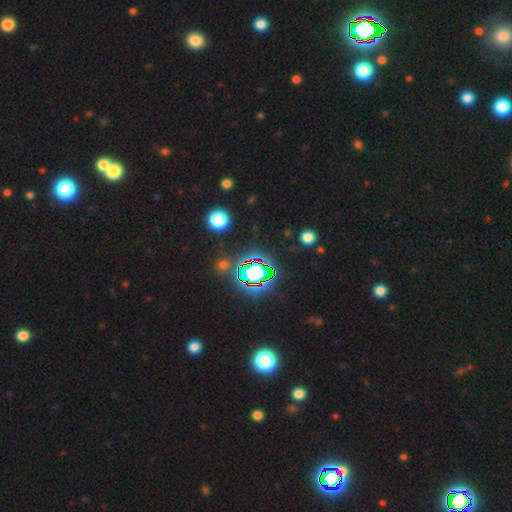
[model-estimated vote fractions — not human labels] Q: Smooth or featured?
A: star or artifact (78%); runner-up: smooth (14%)